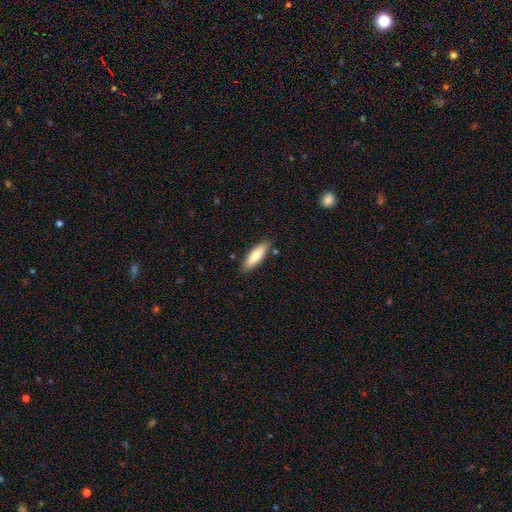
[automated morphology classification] smooth-or-featured: smooth: 73% | featured or disk: 21% | star or artifact: 6%
  how-rounded: in between: 50% | cigar-shaped: 48% | round: 2%
  merging: none: 83% | minor disturbance: 12% | merger: 3% | major disturbance: 2%